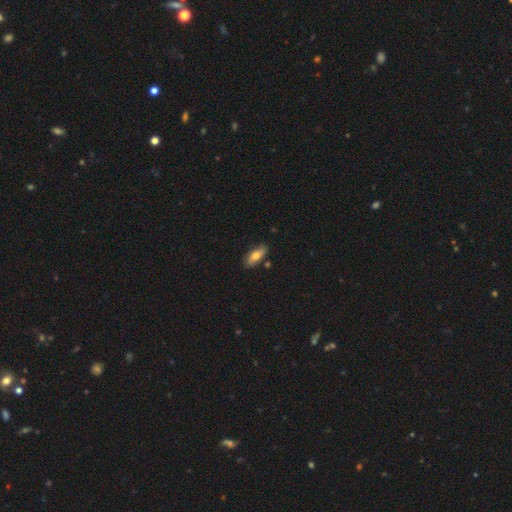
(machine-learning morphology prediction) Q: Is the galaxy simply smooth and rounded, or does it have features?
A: smooth — 71%.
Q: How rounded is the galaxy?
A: in between — 75%.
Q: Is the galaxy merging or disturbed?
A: none — 81%.